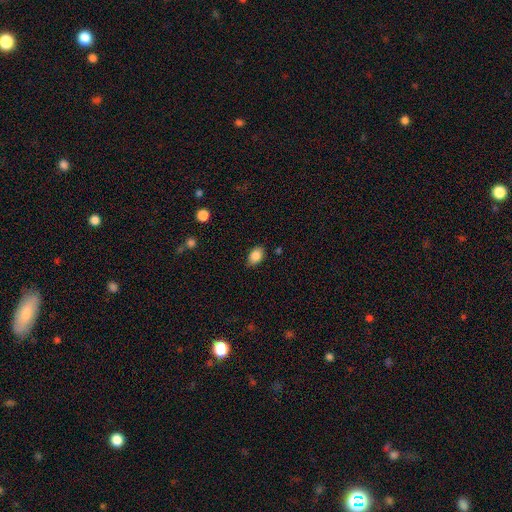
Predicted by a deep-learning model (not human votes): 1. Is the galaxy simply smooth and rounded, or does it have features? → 86% smooth, 8% star or artifact, 6% featured or disk.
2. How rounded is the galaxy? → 87% in between, 12% round, 2% cigar-shaped.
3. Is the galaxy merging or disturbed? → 84% none, 12% minor disturbance, 3% major disturbance, 1% merger.